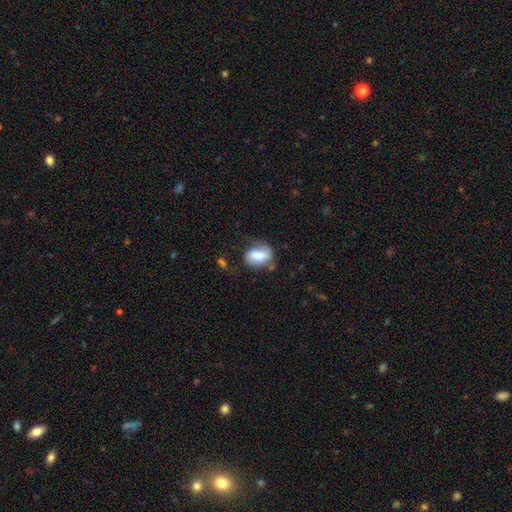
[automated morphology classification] A smooth galaxy with no disk features (70%) that is in between round and cigar-shaped (76%).

Vote fractions:
- Smooth or featured? smooth: 70% / featured or disk: 23% / star or artifact: 7%
- How rounded? in between: 76% / round: 22% / cigar-shaped: 2%
- Merging? none: 55% / minor disturbance: 28% / major disturbance: 12% / merger: 5%